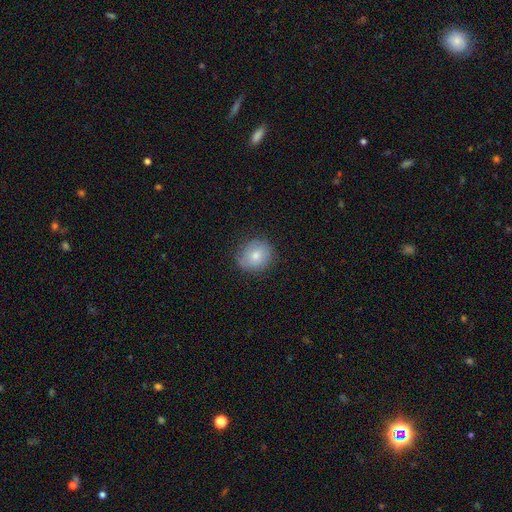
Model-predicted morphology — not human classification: Smooth or featured: smooth — 74% (featured or disk — 18%)
How rounded: round — 80% (in between — 19%)
Merging: none — 78% (minor disturbance — 17%)